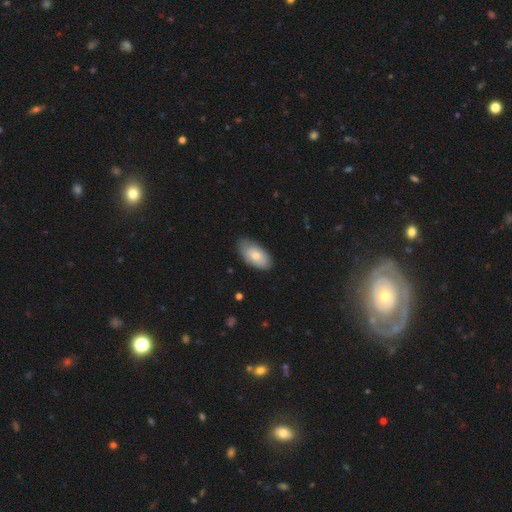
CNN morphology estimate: Smooth or featured: smooth — 73% (featured or disk — 21%)
How rounded: in between — 94% (round — 3%)
Merging: none — 77% (minor disturbance — 19%)